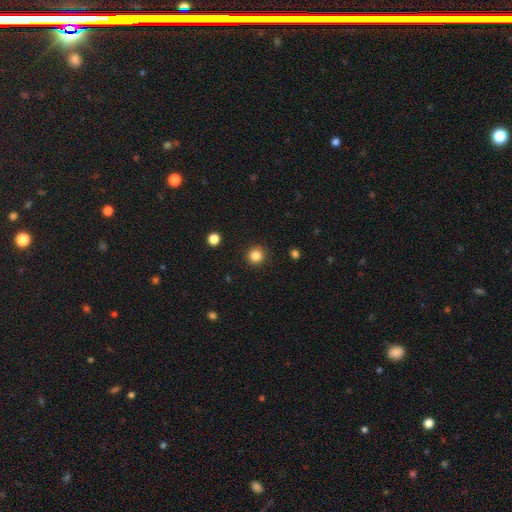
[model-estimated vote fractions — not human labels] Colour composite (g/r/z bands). It shows a smooth galaxy with no disk features (85%) that is round (94%). Merging: none (91%).